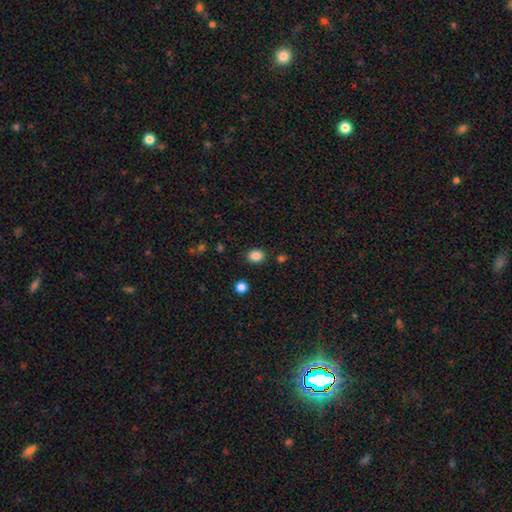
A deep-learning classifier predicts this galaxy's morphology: smooth_or_featured: smooth (p=0.86) [alt: star or artifact p=0.10]
how_rounded: in between (p=0.50) [alt: round p=0.49]
merging: none (p=0.87) [alt: minor disturbance p=0.08]